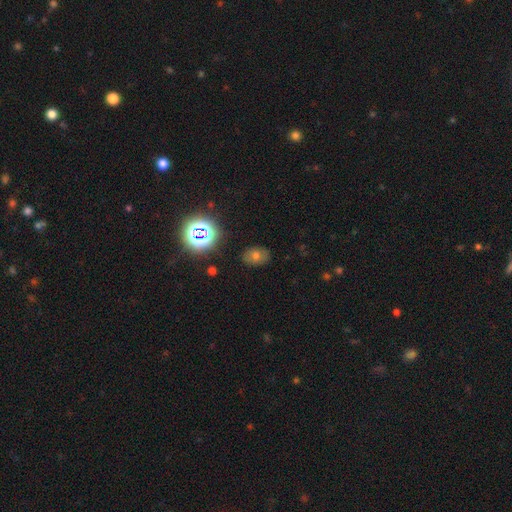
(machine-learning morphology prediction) smooth 62%, star or artifact 22%, featured or disk 16%. Down the decision tree: how rounded — in between (72%); merging — none (81%).